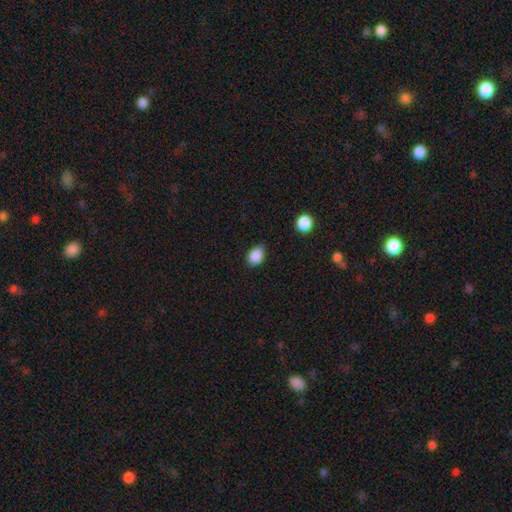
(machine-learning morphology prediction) Smooth or featured?
  - smooth: 87% *
  - star or artifact: 9%
  - featured or disk: 4%
How rounded?
  - in between: 66% *
  - round: 32%
  - cigar-shaped: 1%
Merging?
  - none: 70% *
  - minor disturbance: 24%
  - major disturbance: 4%
  - merger: 2%